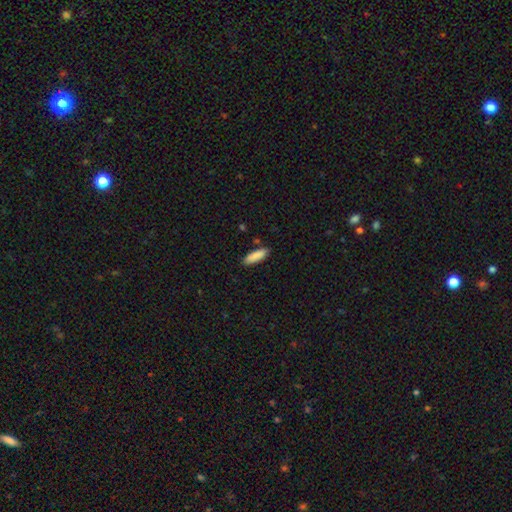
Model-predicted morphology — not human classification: A smooth galaxy with no disk features (88%) that is cigar-shaped (53%).

Vote fractions:
- Smooth or featured? smooth: 88% / star or artifact: 6% / featured or disk: 5%
- How rounded? cigar-shaped: 53% / in between: 46% / round: 2%
- Merging? none: 85% / minor disturbance: 10% / merger: 3% / major disturbance: 2%